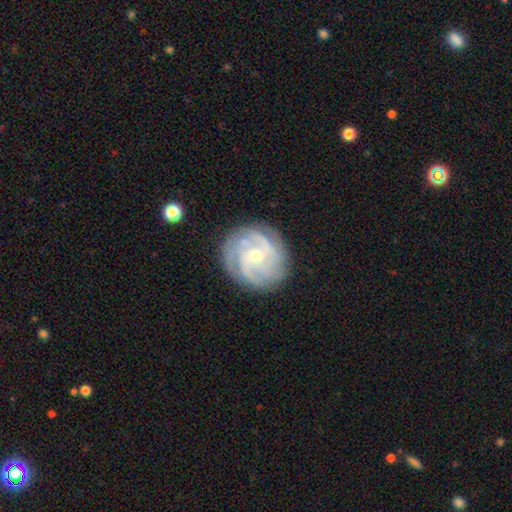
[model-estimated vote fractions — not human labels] smooth_or_featured: featured or disk (p=0.86) [alt: smooth p=0.08]
disk_edge_on: no (p=0.98) [alt: yes p=0.02]
bar: no (p=0.64) [alt: weak p=0.29]
has_spiral_arms: yes (p=0.97) [alt: no p=0.03]
spiral_winding: tight (p=0.63) [alt: medium p=0.31]
spiral_arm_count: 3 (p=0.33) [alt: 4 p=0.20]
bulge_size: small (p=0.58) [alt: moderate p=0.39]
merging: none (p=0.82) [alt: minor disturbance p=0.13]